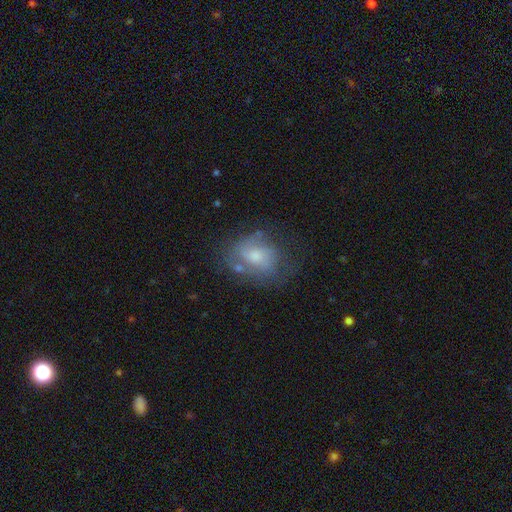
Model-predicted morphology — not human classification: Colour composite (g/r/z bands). It shows a smooth galaxy with no disk features (49%). Merging: none (45%).